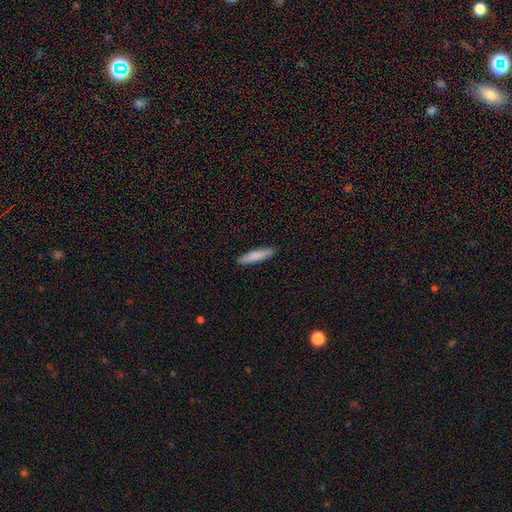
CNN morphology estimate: The model was most divided on "smooth or featured": smooth: 83%, featured or disk: 12%, star or artifact: 6%. More confident: merging — none (90%); how rounded — cigar-shaped (85%).